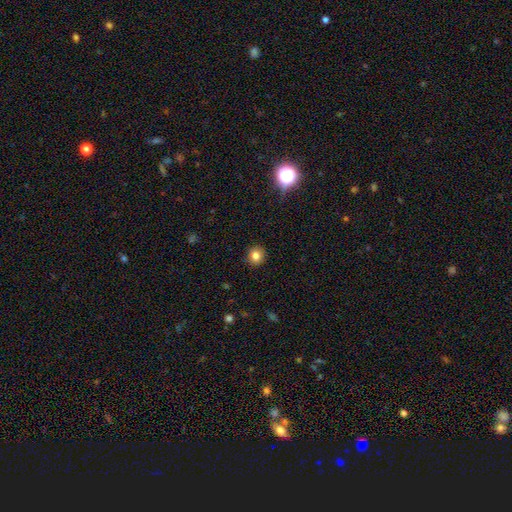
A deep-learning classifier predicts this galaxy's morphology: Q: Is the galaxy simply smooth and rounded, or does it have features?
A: smooth — 82%.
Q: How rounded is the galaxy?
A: round — 88%.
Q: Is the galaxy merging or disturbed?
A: none — 91%.